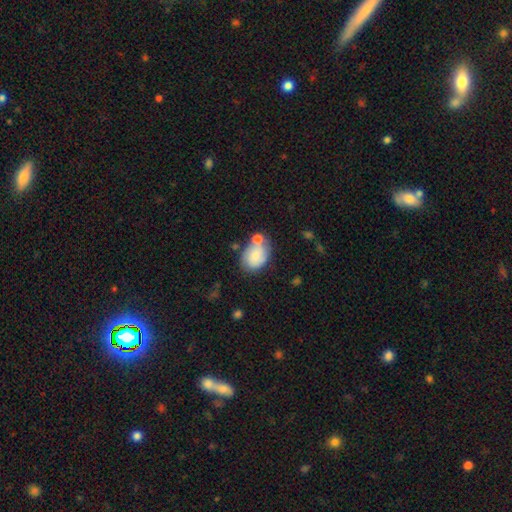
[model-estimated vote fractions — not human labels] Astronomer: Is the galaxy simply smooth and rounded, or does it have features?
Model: smooth — 72%.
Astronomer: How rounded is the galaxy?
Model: in between — 78%.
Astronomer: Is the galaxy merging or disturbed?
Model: none — 49%.